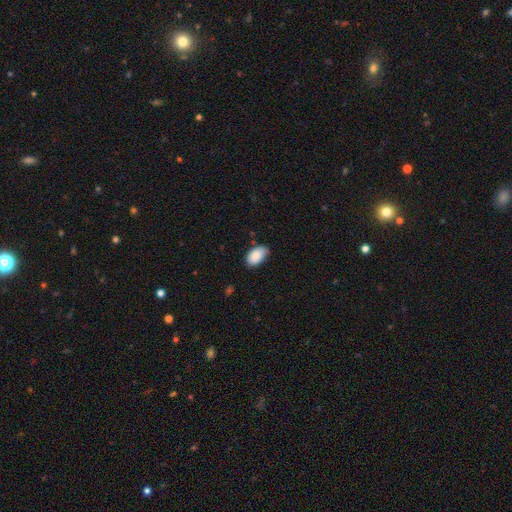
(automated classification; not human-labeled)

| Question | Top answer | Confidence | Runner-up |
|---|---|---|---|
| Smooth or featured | smooth | 87% | star or artifact (7%) |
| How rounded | in between | 93% | round (6%) |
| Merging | none | 70% | minor disturbance (25%) |